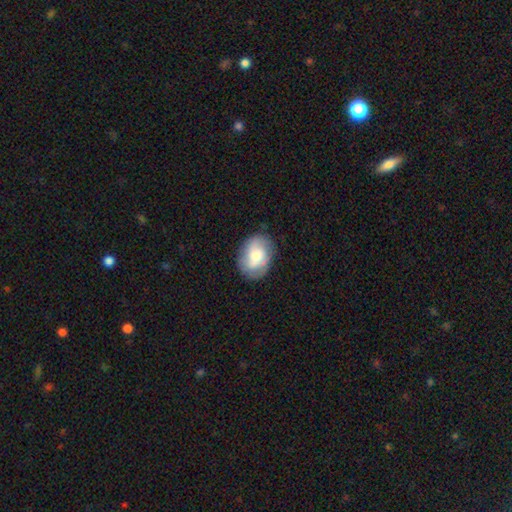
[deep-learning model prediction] This appears to be a smooth galaxy with no disk features (56%) that is in between round and cigar-shaped (68%). Merging: none (76%).